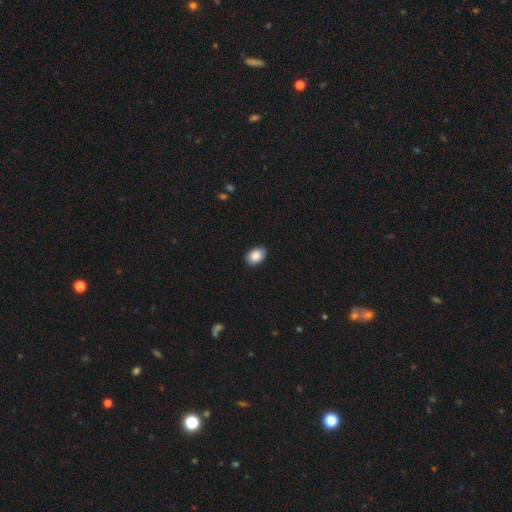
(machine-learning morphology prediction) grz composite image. It shows a smooth galaxy with no disk features (88%) that is in between round and cigar-shaped (79%). Merging: none (88%).